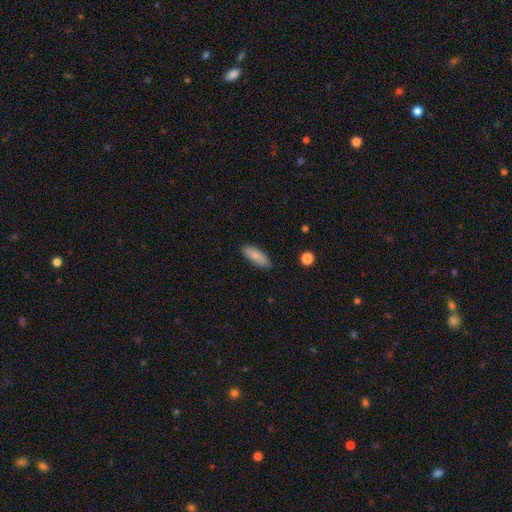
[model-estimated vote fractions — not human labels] smooth-or-featured: smooth: 80% | featured or disk: 14% | star or artifact: 6%
  how-rounded: in between: 69% | cigar-shaped: 29% | round: 2%
  merging: none: 83% | minor disturbance: 13% | major disturbance: 2% | merger: 1%